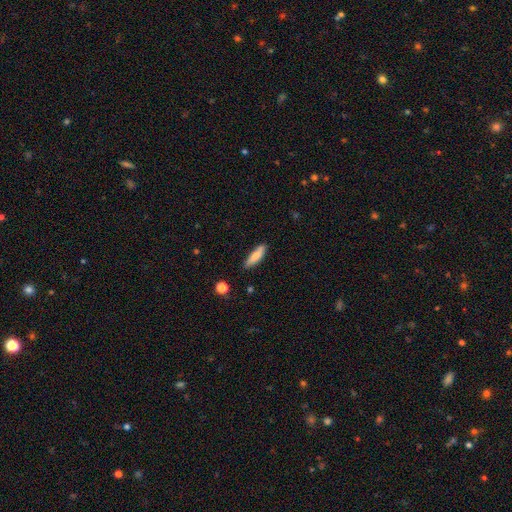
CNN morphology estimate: This is likely a smooth galaxy (76%). How rounded: likely cigar-shaped (61%). Merging: clearly none (82%).